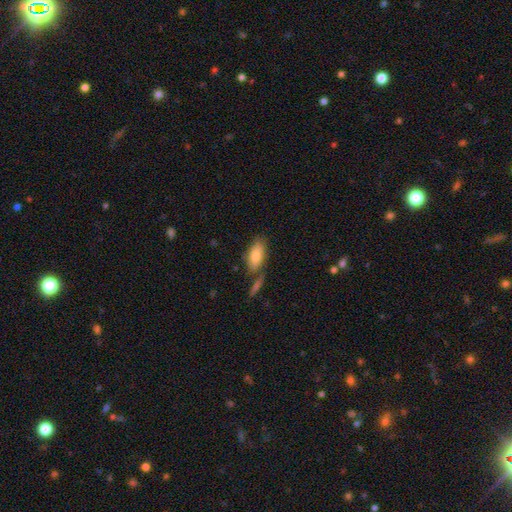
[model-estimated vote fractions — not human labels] Q: Smooth or featured?
A: smooth (78%); runner-up: featured or disk (15%)
Q: How rounded?
A: in between (85%); runner-up: cigar-shaped (12%)
Q: Merging?
A: none (63%); runner-up: merger (17%)